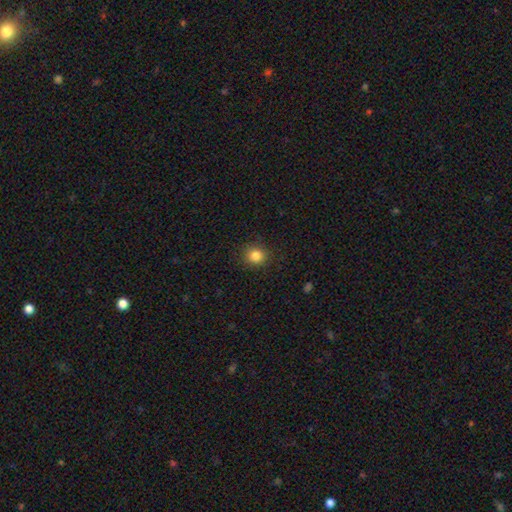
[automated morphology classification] Smooth or featured? Predicted: smooth (p=0.84). How rounded? Predicted: round (p=0.87). Merging? Predicted: none (p=0.89).